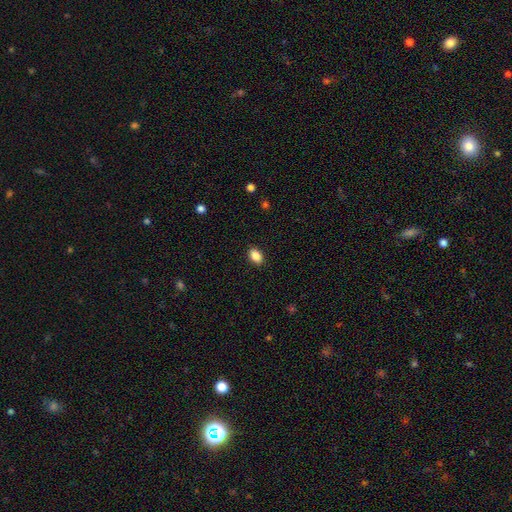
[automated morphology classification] Smooth or featured: smooth — 87% (star or artifact — 9%)
How rounded: in between — 86% (round — 13%)
Merging: none — 89% (minor disturbance — 8%)